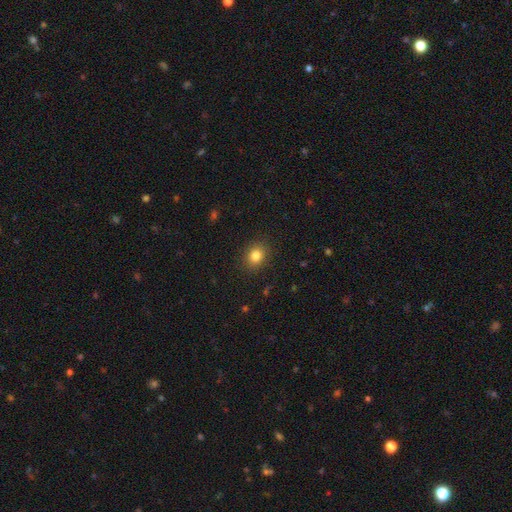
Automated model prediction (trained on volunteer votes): Q: Smooth or featured?
A: smooth (82%); runner-up: star or artifact (11%)
Q: How rounded?
A: round (57%); runner-up: in between (42%)
Q: Merging?
A: none (89%); runner-up: minor disturbance (8%)